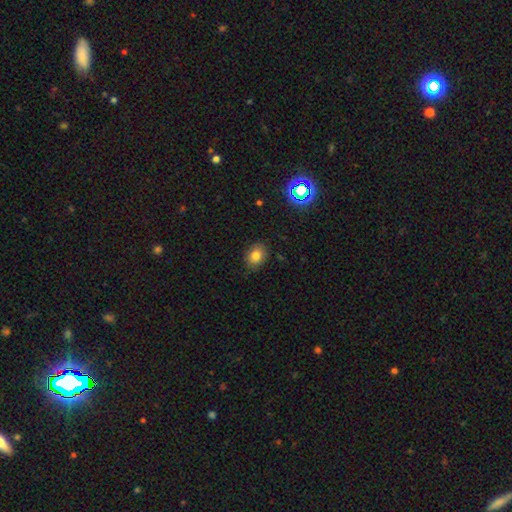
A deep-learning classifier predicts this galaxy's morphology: The model was most divided on "how rounded": in between: 62%, round: 37%, cigar-shaped: 1%. More confident: merging — none (85%); smooth or featured — smooth (80%).